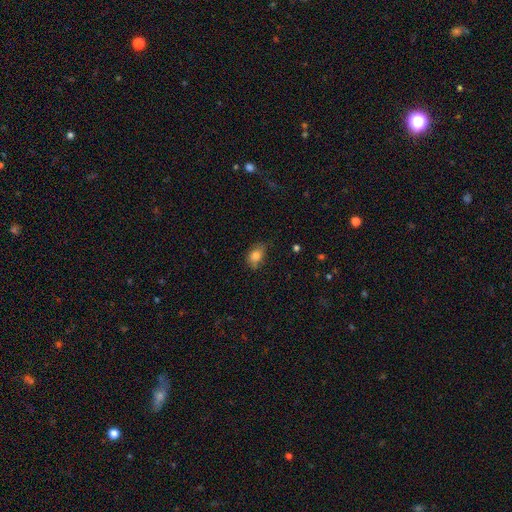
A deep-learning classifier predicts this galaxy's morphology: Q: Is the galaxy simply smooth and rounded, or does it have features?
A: smooth — 82%.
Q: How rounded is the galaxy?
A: in between — 77%.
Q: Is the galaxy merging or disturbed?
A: none — 58%.